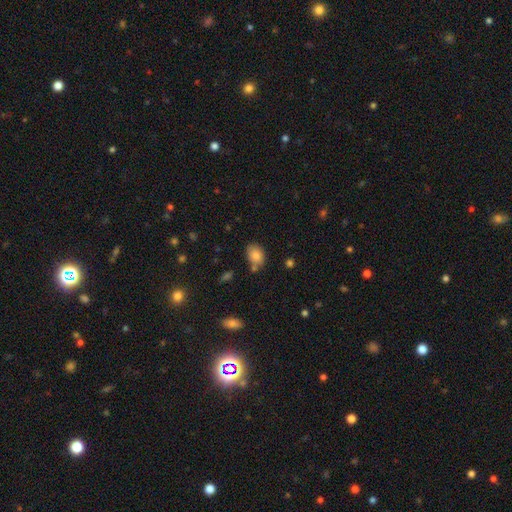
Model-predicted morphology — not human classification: Smooth or featured? Predicted: smooth (p=0.83). How rounded? Predicted: in between (p=0.67). Merging? Predicted: none (p=0.68).